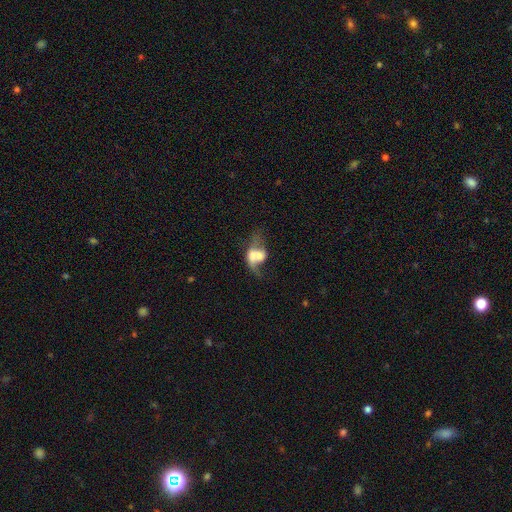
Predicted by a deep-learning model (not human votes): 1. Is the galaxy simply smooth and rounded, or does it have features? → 46% smooth, 44% featured or disk, 10% star or artifact.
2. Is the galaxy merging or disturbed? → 51% merger, 27% major disturbance, 13% none, 9% minor disturbance.